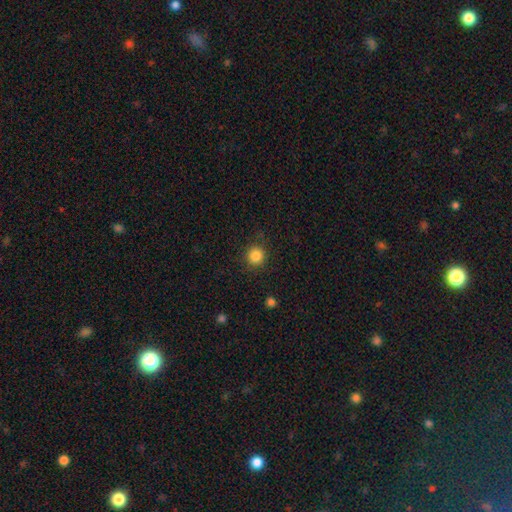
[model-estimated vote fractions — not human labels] Overall: smooth (85%). How rounded: round (94%). Merging: none (89%).